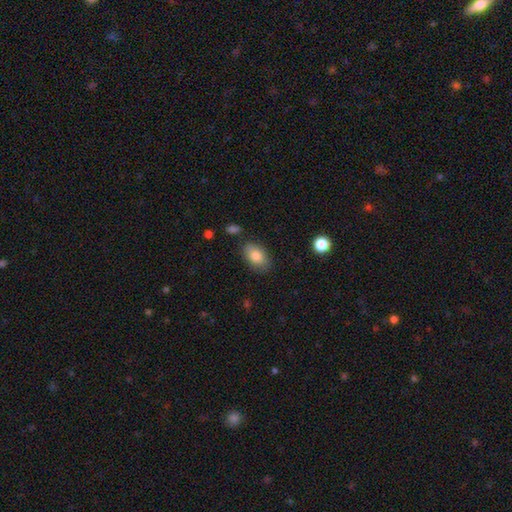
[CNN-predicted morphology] Q: Smooth or featured?
A: smooth (83%); runner-up: featured or disk (11%)
Q: How rounded?
A: in between (90%); runner-up: round (9%)
Q: Merging?
A: none (81%); runner-up: minor disturbance (13%)